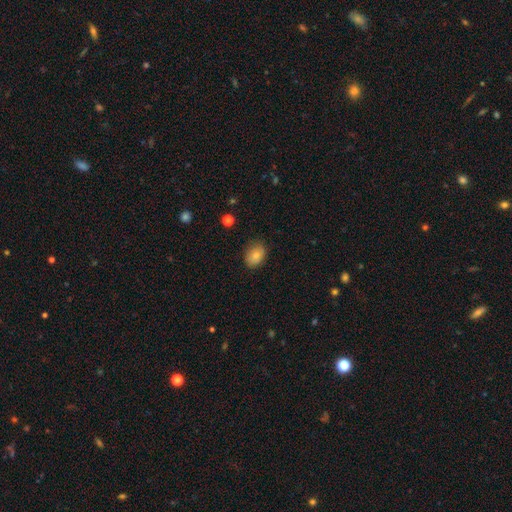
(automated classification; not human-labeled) smooth-or-featured: smooth: 80% | featured or disk: 11% | star or artifact: 9%
  how-rounded: in between: 70% | round: 28% | cigar-shaped: 1%
  merging: none: 81% | minor disturbance: 15% | major disturbance: 3% | merger: 1%